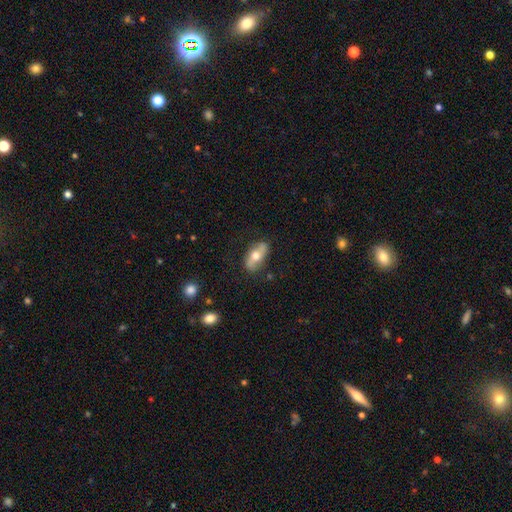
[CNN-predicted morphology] Q: Smooth or featured?
A: smooth (49%); runner-up: featured or disk (45%)
Q: Merging?
A: none (79%); runner-up: minor disturbance (15%)